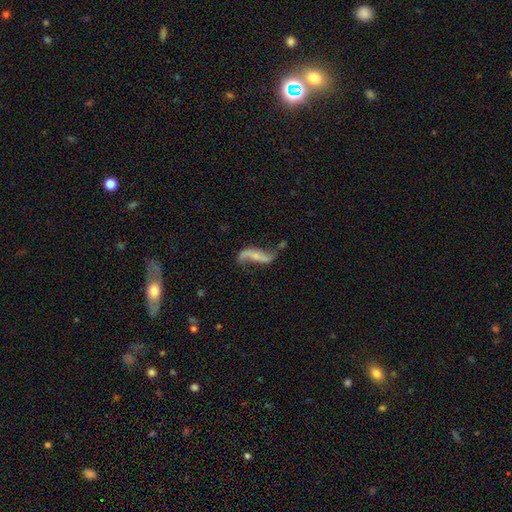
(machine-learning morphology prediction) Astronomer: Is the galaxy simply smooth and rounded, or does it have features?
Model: featured or disk — 80%.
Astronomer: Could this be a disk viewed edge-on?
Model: no — 91%.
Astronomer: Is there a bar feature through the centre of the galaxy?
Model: no — 49% (runner-up: weak, 29%).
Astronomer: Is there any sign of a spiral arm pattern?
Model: yes — 92%.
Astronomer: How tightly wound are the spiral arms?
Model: loose — 89%.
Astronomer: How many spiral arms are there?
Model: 2 — 90%.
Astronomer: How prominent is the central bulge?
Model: small — 53%.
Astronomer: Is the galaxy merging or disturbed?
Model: none — 57%.